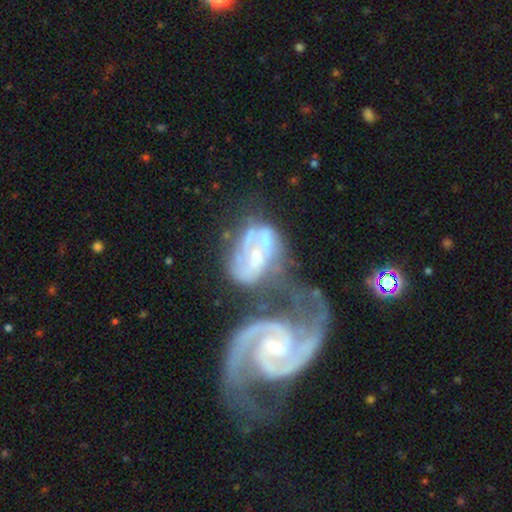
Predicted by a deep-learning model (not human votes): smooth-or-featured: featured or disk: 83% | smooth: 12% | star or artifact: 6%
  disk-edge-on: no: 97% | yes: 3%
    bar: no: 48% | weak: 37% | strong: 15%
    has-spiral-arms: yes: 88% | no: 12%
      spiral-winding: medium: 45% | tight: 35% | loose: 20%
      spiral-arm-count: 2: 65% | can't tell: 18% | 3: 8% | 1: 5% | 4: 2% | more than 4: 2%
    bulge-size: small: 55% | moderate: 38% | none: 4% | large: 2% | dominant: 1%
  merging: merger: 66% | major disturbance: 15% | none: 11% | minor disturbance: 9%